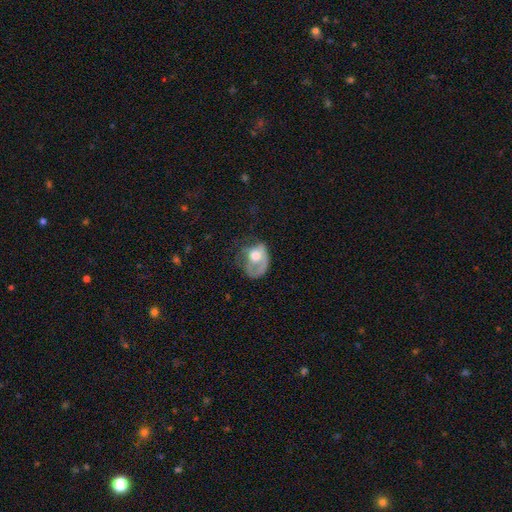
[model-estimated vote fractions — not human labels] smooth-or-featured: featured or disk: 47% | smooth: 45% | star or artifact: 7%
  merging: major disturbance: 46% | none: 26% | minor disturbance: 26% | merger: 3%